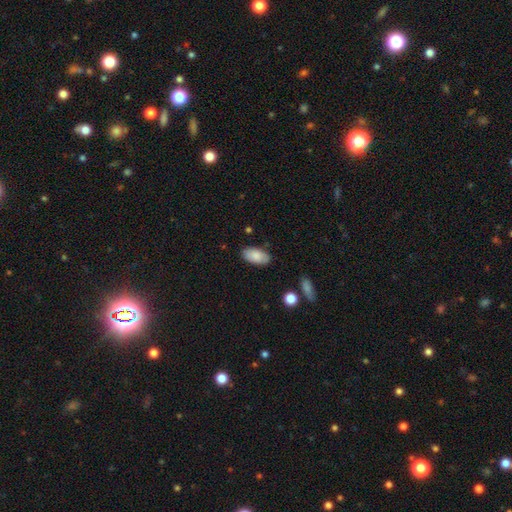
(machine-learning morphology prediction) Smooth or featured? Predicted: smooth (p=0.85). How rounded? Predicted: in between (p=0.95). Merging? Predicted: none (p=0.84).